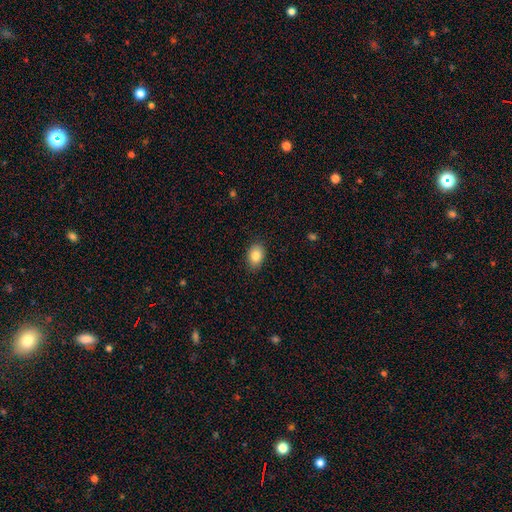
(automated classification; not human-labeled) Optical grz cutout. It shows a smooth galaxy with no disk features (85%) that is in between round and cigar-shaped (79%). Merging: none (88%).